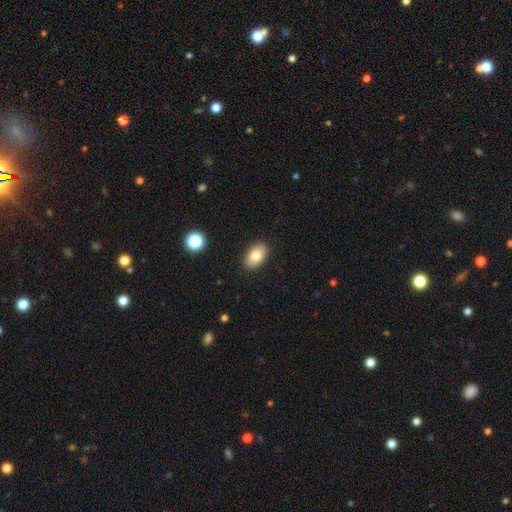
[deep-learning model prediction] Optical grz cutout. It shows a smooth galaxy with no disk features (80%) that is in between round and cigar-shaped (90%). Merging: none (88%).